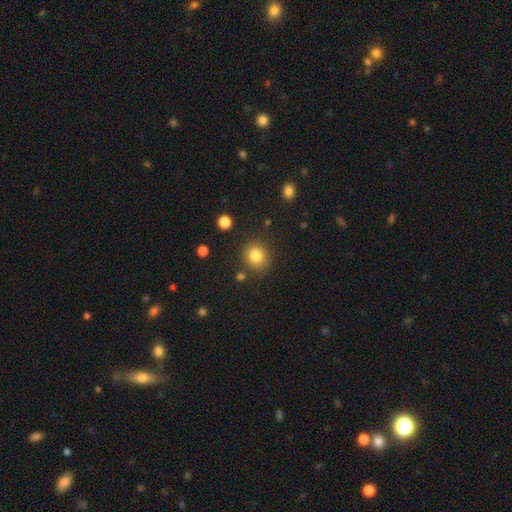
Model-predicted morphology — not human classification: Smooth or featured?
  - smooth: 82% *
  - star or artifact: 11%
  - featured or disk: 7%
How rounded?
  - round: 84% *
  - in between: 15%
  - cigar-shaped: 1%
Merging?
  - none: 85% *
  - minor disturbance: 9%
  - merger: 4%
  - major disturbance: 3%